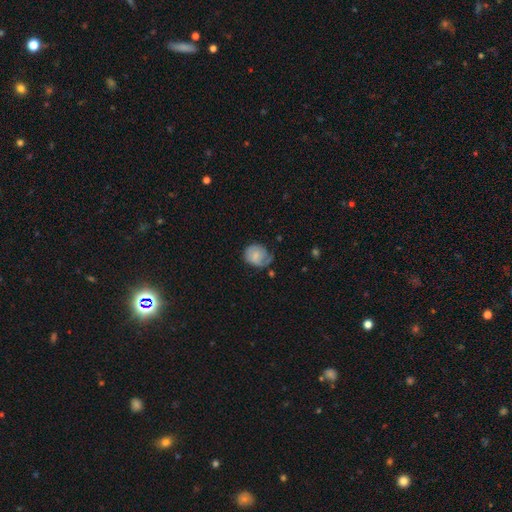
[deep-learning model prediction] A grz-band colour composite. It shows a smooth galaxy with no disk features (54%) that is round (61%). Merging: none (46%).